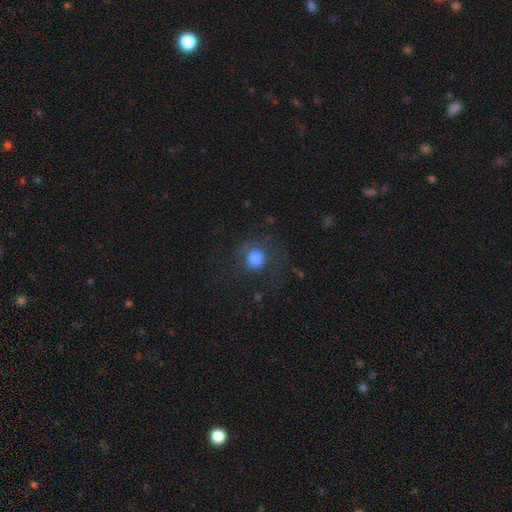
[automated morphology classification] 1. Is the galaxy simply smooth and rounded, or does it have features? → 74% smooth, 13% star or artifact, 12% featured or disk.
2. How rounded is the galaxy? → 68% round, 31% in between, 1% cigar-shaped.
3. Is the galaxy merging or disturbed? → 53% none, 21% major disturbance, 21% minor disturbance, 5% merger.